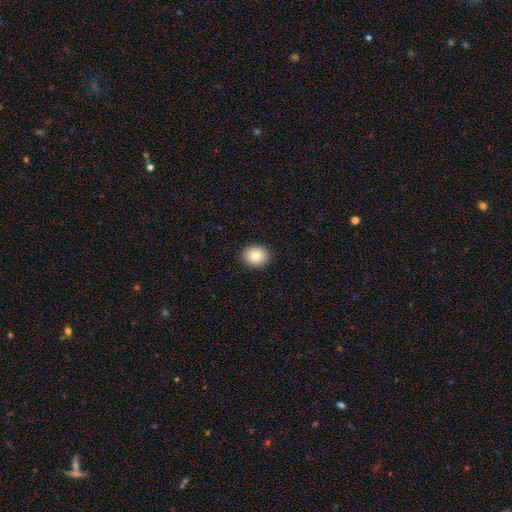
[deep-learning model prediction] Smooth or featured: smooth — 84% (star or artifact — 9%)
How rounded: round — 69% (in between — 31%)
Merging: none — 92% (minor disturbance — 6%)